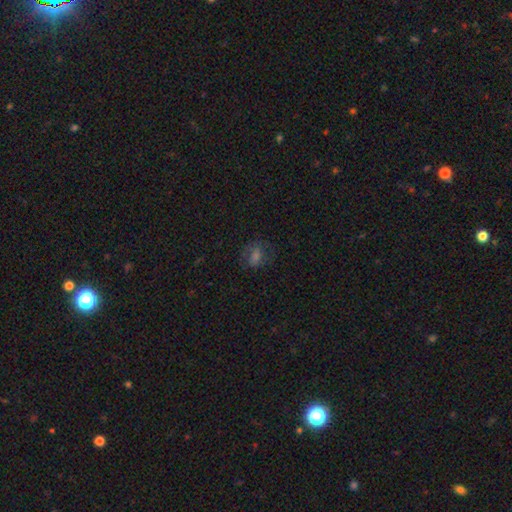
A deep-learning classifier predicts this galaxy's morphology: This appears to be a smooth galaxy with no disk features (49%). Merging: none (72%).